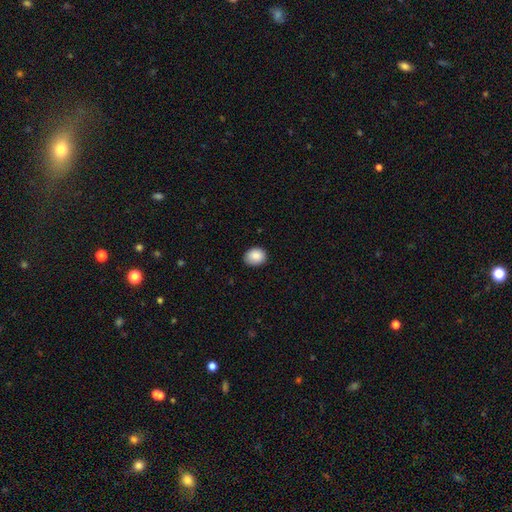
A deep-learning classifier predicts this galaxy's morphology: A smooth galaxy with no disk features (88%) that is round (53%).

Vote fractions:
- Smooth or featured? smooth: 88% / star or artifact: 8% / featured or disk: 4%
- How rounded? round: 53% / in between: 46% / cigar-shaped: 1%
- Merging? none: 82% / minor disturbance: 15% / major disturbance: 2% / merger: 1%